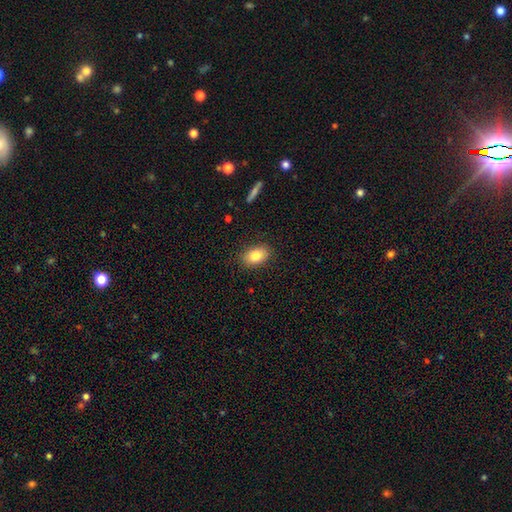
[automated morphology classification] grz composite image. It shows a smooth galaxy with no disk features (84%) that is in between round and cigar-shaped (87%). Merging: none (86%).